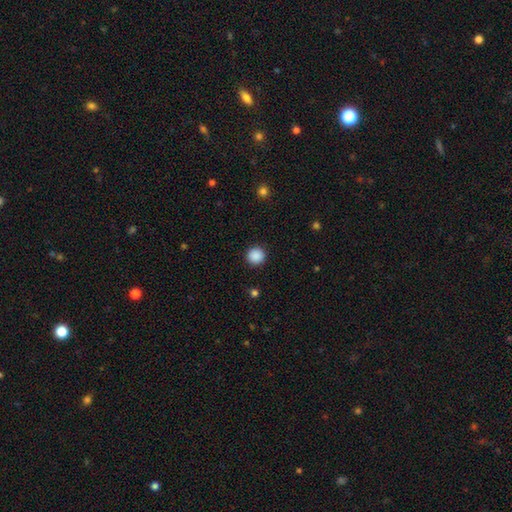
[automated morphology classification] Q: Smooth or featured?
A: smooth (89%); runner-up: star or artifact (9%)
Q: How rounded?
A: round (95%); runner-up: in between (4%)
Q: Merging?
A: none (92%); runner-up: minor disturbance (5%)